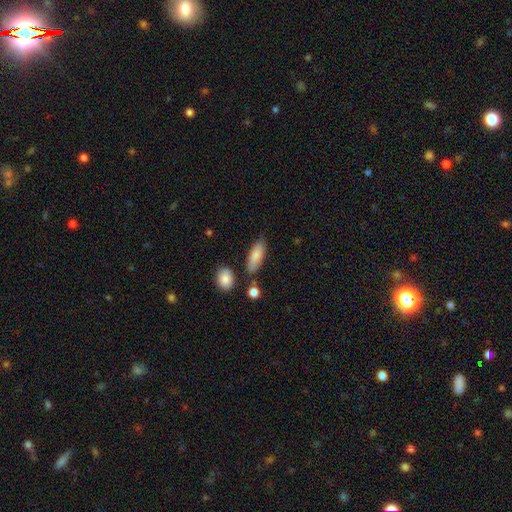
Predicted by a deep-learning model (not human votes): A smooth galaxy with no disk features (85%) that is in between round and cigar-shaped (74%).

Vote fractions:
- Smooth or featured? smooth: 85% / featured or disk: 8% / star or artifact: 6%
- How rounded? in between: 74% / cigar-shaped: 24% / round: 3%
- Merging? none: 73% / minor disturbance: 17% / merger: 6% / major disturbance: 4%